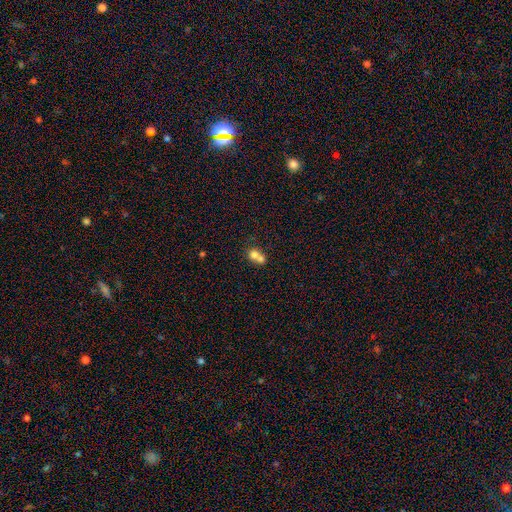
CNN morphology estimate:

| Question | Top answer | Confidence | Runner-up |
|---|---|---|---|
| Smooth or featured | smooth | 72% | featured or disk (18%) |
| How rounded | round | 74% | in between (25%) |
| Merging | merger | 67% | none (25%) |